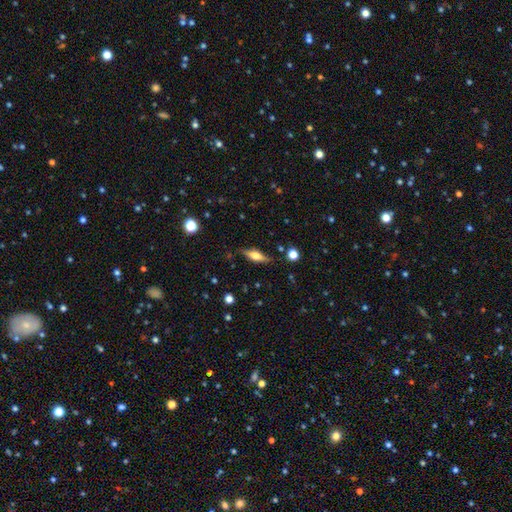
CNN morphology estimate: Smooth or featured?
  - featured or disk: 51% *
  - smooth: 41%
  - star or artifact: 8%
Edge-on disk?
  - yes: 92% *
  - no: 8%
Merging?
  - none: 83% *
  - minor disturbance: 12%
  - major disturbance: 3%
  - merger: 2%